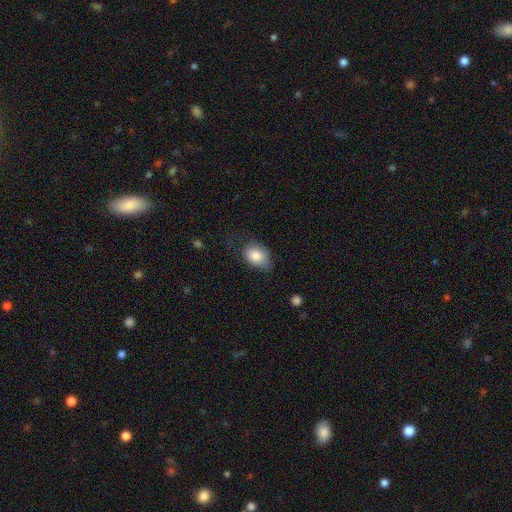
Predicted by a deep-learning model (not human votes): smooth-or-featured: smooth: 83% | featured or disk: 10% | star or artifact: 8%
  how-rounded: in between: 70% | round: 29% | cigar-shaped: 1%
  merging: none: 50% | minor disturbance: 34% | major disturbance: 15% | merger: 2%